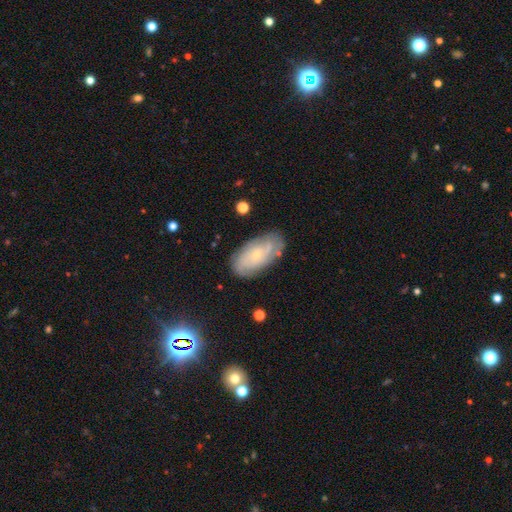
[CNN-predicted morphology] featured or disk 67%, smooth 27%, star or artifact 7%. Down the decision tree: edge-on disk — no (93%); bar — no (75%); spiral arms — yes (82%); spiral arm count — can't tell (46%); spiral winding — tight (59%); bulge size — small (79%); merging — none (76%).